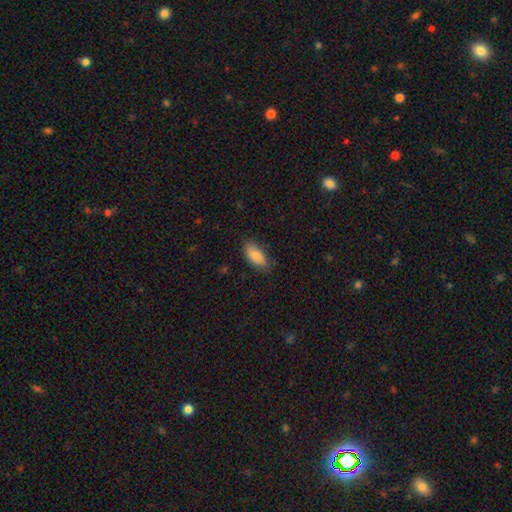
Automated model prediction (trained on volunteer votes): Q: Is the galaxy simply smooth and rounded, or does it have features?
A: smooth — 85%.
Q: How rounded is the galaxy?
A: in between — 90%.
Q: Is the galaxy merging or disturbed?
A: none — 78%.